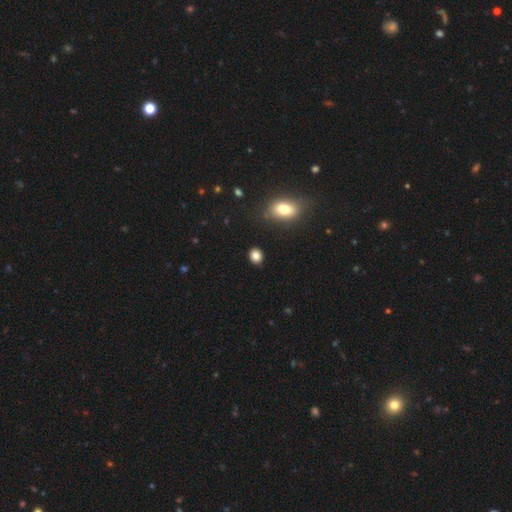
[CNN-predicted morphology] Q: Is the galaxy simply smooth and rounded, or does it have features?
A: smooth — 84%.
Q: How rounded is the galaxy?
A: round — 65%.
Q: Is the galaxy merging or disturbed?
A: none — 88%.